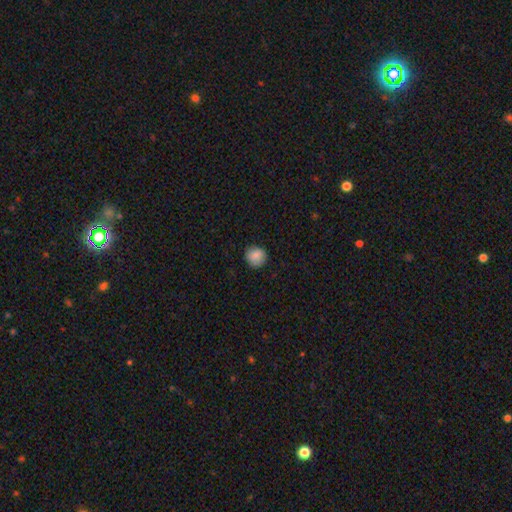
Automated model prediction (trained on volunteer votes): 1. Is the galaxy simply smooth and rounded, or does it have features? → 87% smooth, 8% star or artifact, 5% featured or disk.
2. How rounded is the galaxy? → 89% round, 10% in between, 1% cigar-shaped.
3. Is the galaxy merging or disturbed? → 85% none, 12% minor disturbance, 2% major disturbance, 1% merger.